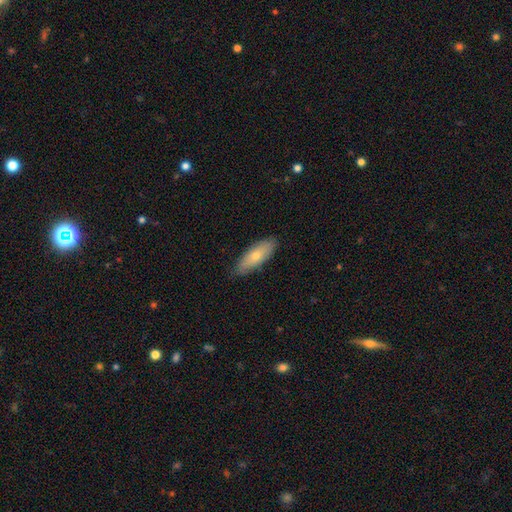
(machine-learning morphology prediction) type=smooth (63%); roundness=in between (61%); merging=none (82%).